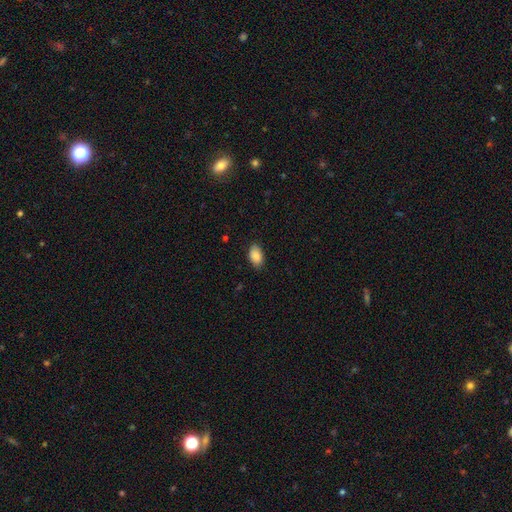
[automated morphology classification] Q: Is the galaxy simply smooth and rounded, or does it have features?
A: smooth — 88%.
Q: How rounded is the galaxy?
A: in between — 93%.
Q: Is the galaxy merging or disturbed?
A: none — 84%.